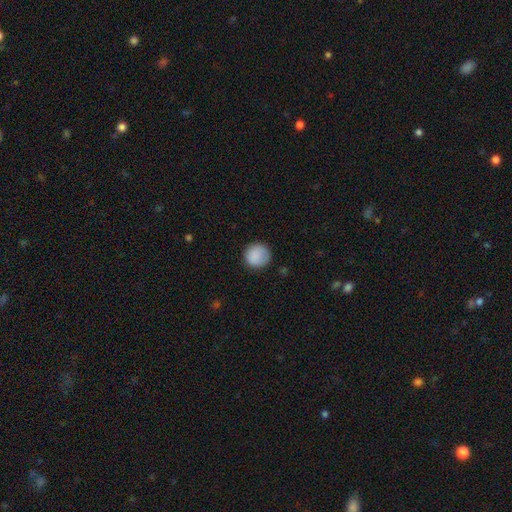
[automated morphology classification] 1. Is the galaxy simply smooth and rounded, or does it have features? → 89% smooth, 7% star or artifact, 4% featured or disk.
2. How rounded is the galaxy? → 93% round, 6% in between, 1% cigar-shaped.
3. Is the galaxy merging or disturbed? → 85% none, 11% minor disturbance, 3% major disturbance, 1% merger.